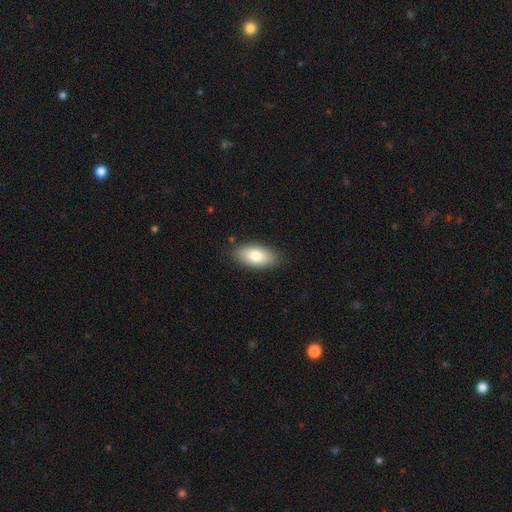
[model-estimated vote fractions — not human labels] This appears to be a smooth galaxy with no disk features (80%) that is in between round and cigar-shaped (92%). Merging: none (86%).